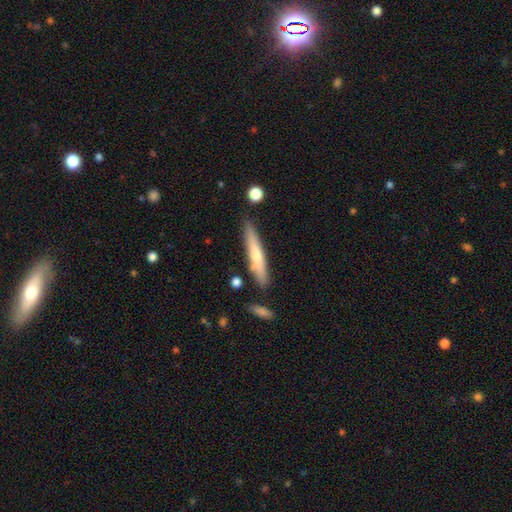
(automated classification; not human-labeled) Smooth or featured?
  - smooth: 55% *
  - featured or disk: 39%
  - star or artifact: 6%
How rounded?
  - cigar-shaped: 90% *
  - in between: 8%
  - round: 1%
Merging?
  - none: 83% *
  - minor disturbance: 11%
  - merger: 4%
  - major disturbance: 2%